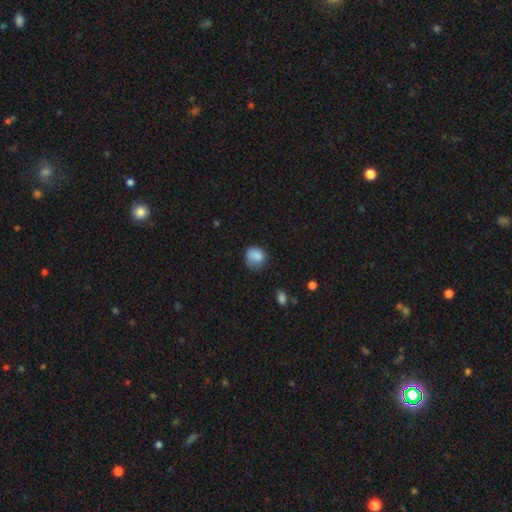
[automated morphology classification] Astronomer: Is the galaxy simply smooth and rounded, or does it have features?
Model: smooth — 84%.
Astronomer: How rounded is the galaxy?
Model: round — 74%.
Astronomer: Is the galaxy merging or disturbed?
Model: none — 57%.